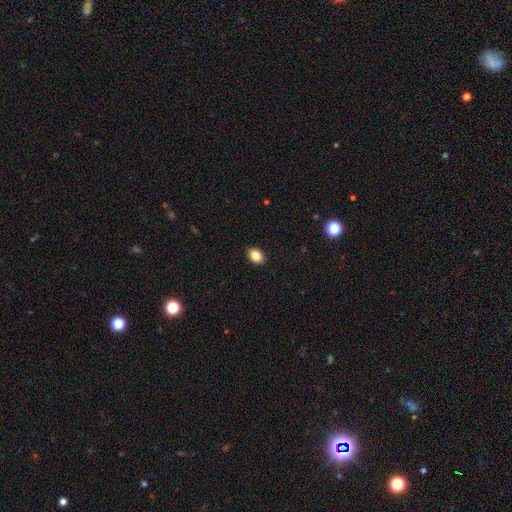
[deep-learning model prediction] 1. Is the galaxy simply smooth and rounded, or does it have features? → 85% smooth, 9% star or artifact, 6% featured or disk.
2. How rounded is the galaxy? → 71% in between, 28% round, 1% cigar-shaped.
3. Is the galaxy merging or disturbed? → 90% none, 8% minor disturbance, 2% major disturbance, 1% merger.